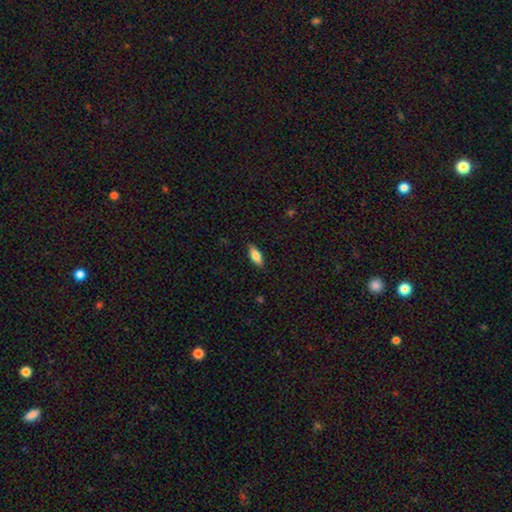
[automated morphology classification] A smooth galaxy with no disk features (74%) that is in between round and cigar-shaped (70%).

Vote fractions:
- Smooth or featured? smooth: 74% / featured or disk: 19% / star or artifact: 7%
- How rounded? in between: 70% / cigar-shaped: 27% / round: 2%
- Merging? none: 87% / minor disturbance: 10% / major disturbance: 2% / merger: 1%